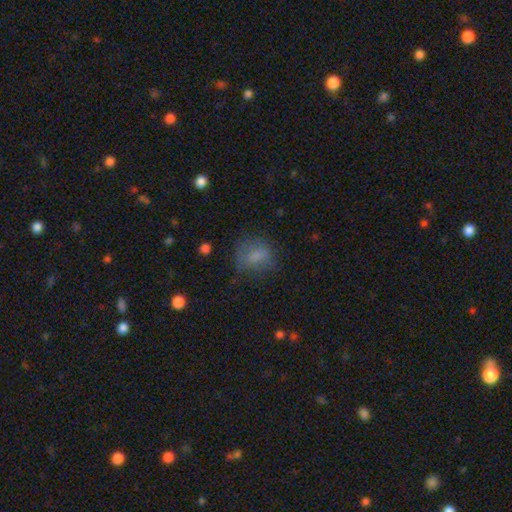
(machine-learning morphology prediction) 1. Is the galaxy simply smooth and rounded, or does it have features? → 71% smooth, 16% featured or disk, 12% star or artifact.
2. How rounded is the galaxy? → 49% in between (tied), 49% round (tied), 2% cigar-shaped.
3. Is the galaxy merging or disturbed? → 59% none, 24% minor disturbance, 15% major disturbance, 2% merger.